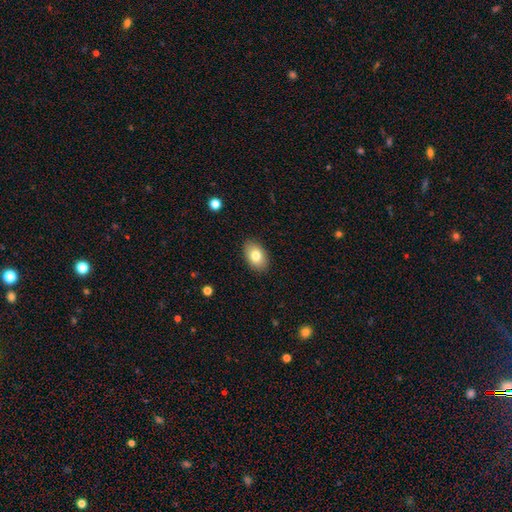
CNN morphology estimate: This appears to be a smooth galaxy with no disk features (80%) that is in between round and cigar-shaped (88%). Merging: none (88%).